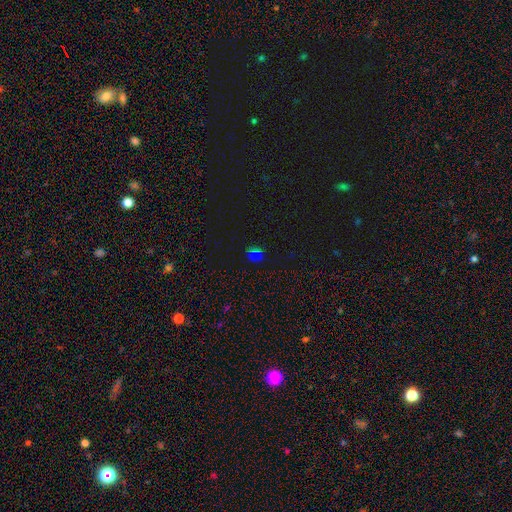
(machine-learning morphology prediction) type=star or artifact (48%).